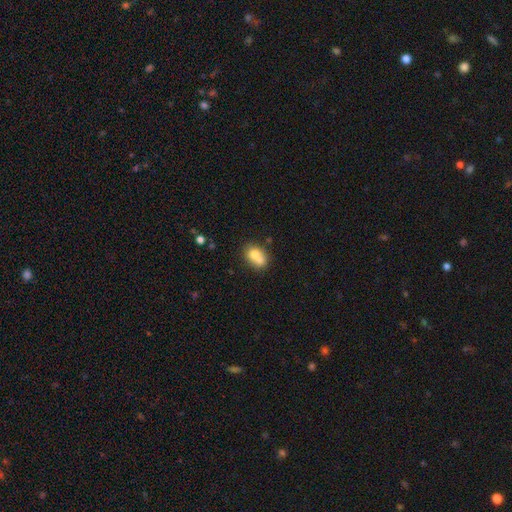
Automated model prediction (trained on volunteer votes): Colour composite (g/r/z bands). It shows a smooth galaxy with no disk features (71%) that is in between round and cigar-shaped (61%). Merging: merger (48%).